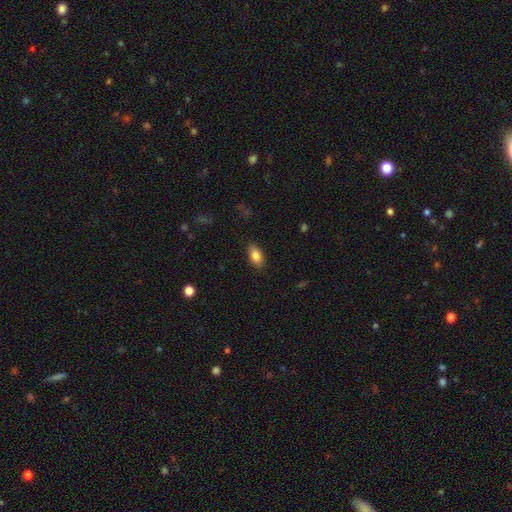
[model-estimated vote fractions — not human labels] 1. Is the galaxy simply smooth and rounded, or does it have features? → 83% smooth, 9% featured or disk, 8% star or artifact.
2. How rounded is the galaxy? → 90% in between, 5% round, 5% cigar-shaped.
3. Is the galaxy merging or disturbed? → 85% none, 11% minor disturbance, 2% major disturbance, 1% merger.